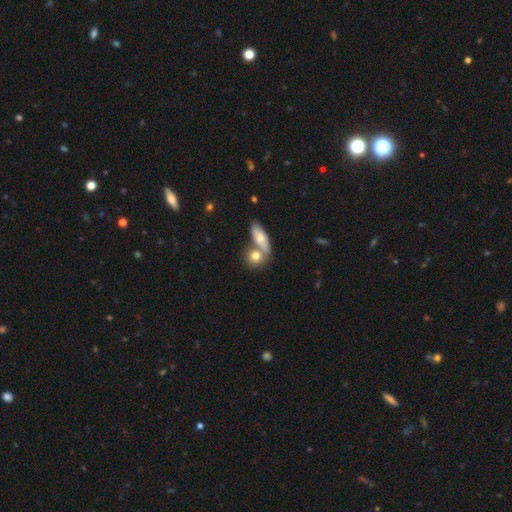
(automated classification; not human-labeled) This appears to be a smooth galaxy with no disk features (76%) that is round (53%). Merging: merger (49%).